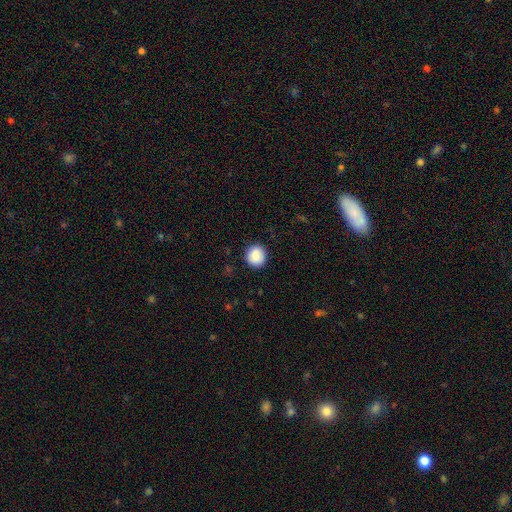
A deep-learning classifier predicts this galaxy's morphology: Q: Smooth or featured?
A: smooth (88%); runner-up: star or artifact (8%)
Q: How rounded?
A: round (89%); runner-up: in between (10%)
Q: Merging?
A: none (89%); runner-up: minor disturbance (7%)